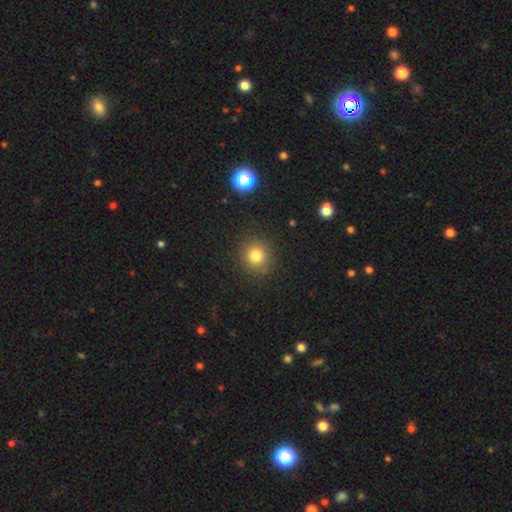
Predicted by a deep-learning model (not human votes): smooth-or-featured: smooth: 80% | star or artifact: 14% | featured or disk: 6%
  how-rounded: round: 92% | in between: 8% | cigar-shaped: 1%
  merging: none: 88% | minor disturbance: 8% | major disturbance: 3% | merger: 2%